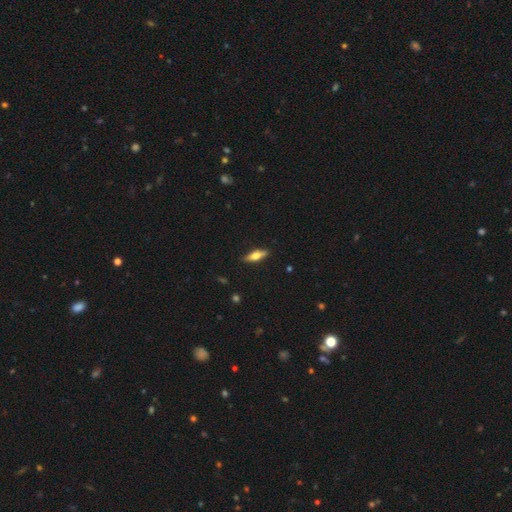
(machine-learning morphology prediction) This appears to be a smooth galaxy with no disk features (49%). Merging: none (87%).